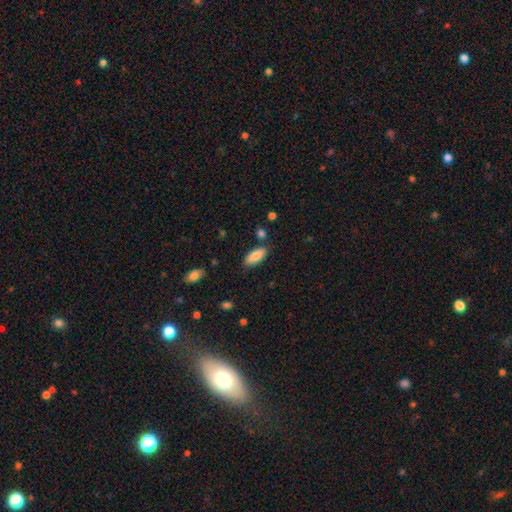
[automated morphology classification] type=smooth (84%); roundness=in between (82%); merging=none (80%).